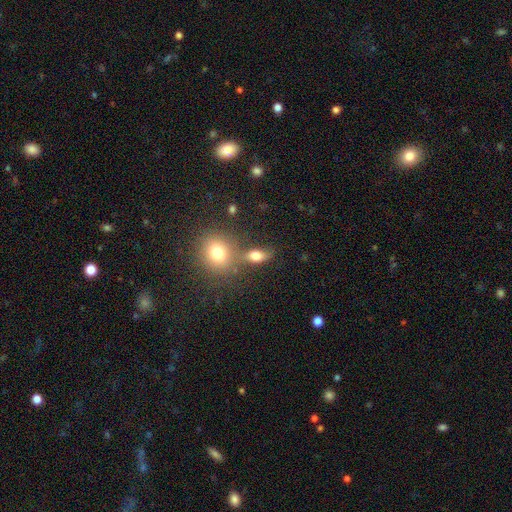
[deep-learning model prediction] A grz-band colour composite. It shows a smooth galaxy with no disk features (76%) that is in between round and cigar-shaped (73%). Merging: none (53%).